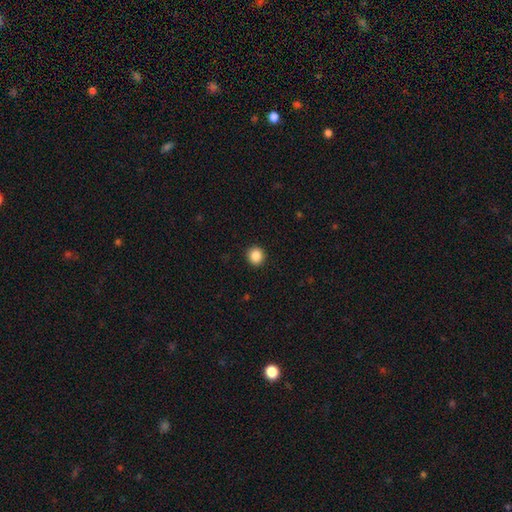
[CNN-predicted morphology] Q: Smooth or featured?
A: smooth (87%); runner-up: star or artifact (10%)
Q: How rounded?
A: round (93%); runner-up: in between (7%)
Q: Merging?
A: none (93%); runner-up: minor disturbance (4%)